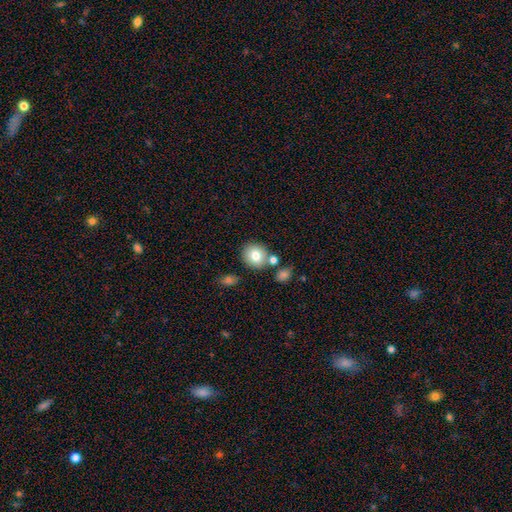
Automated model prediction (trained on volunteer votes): Overall: smooth (78%). How rounded: round (80%). Merging: none (72%).